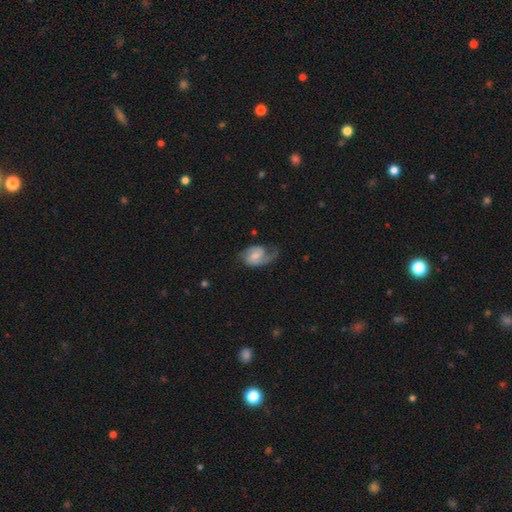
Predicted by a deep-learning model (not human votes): Overall: featured or disk (72%). Edge-on disk: no (97%). Bar: weak (47%; no 42%). Spiral arms: yes (94%). Spiral arm count: 2 (63%; 1 29%). Spiral winding: medium (45%; loose 32%). Bulge size: small (40%; moderate 34%). Merging: none (52%; minor disturbance 25%).